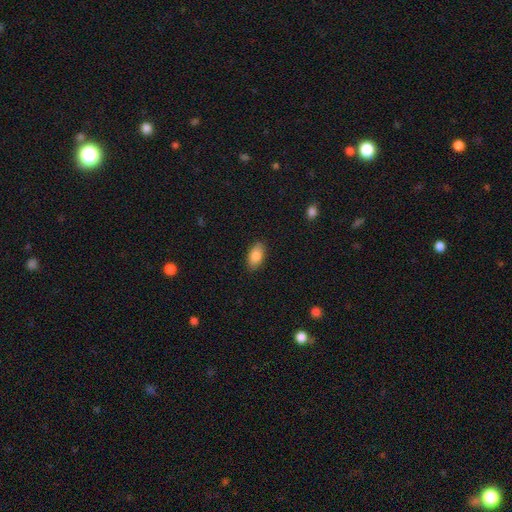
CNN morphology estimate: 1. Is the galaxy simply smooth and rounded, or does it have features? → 85% smooth, 8% featured or disk, 7% star or artifact.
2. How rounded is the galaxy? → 93% in between, 4% round, 4% cigar-shaped.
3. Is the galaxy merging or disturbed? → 88% none, 9% minor disturbance, 2% major disturbance, 1% merger.